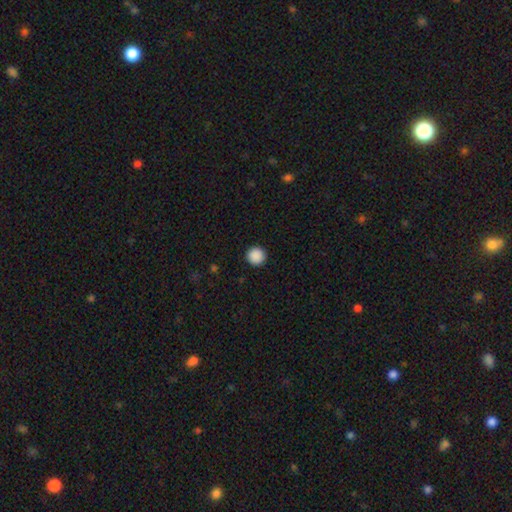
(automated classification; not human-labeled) Smooth or featured? smooth (89%)
How rounded? round (96%)
Merging? none (93%)